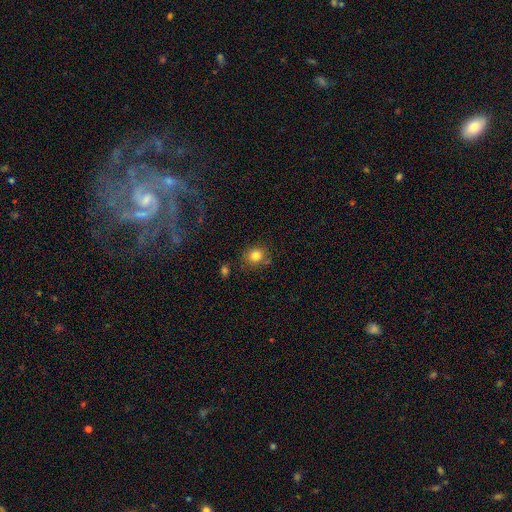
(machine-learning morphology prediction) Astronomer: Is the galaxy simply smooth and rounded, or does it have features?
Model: smooth — 82%.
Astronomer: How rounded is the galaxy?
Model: round — 76%.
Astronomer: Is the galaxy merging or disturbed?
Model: none — 77%.